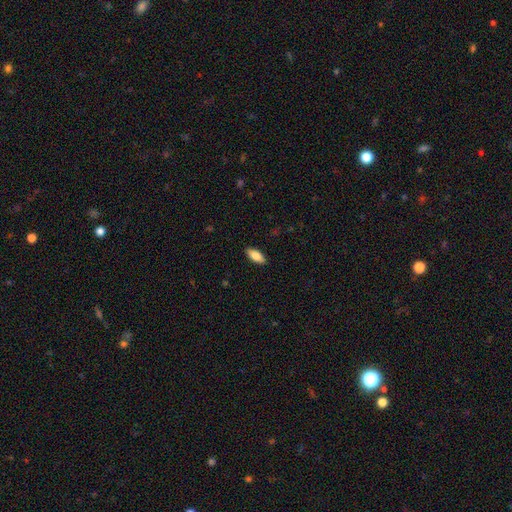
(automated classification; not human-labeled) Smooth or featured: smooth — 82% (featured or disk — 11%)
How rounded: in between — 84% (cigar-shaped — 14%)
Merging: none — 89% (minor disturbance — 9%)